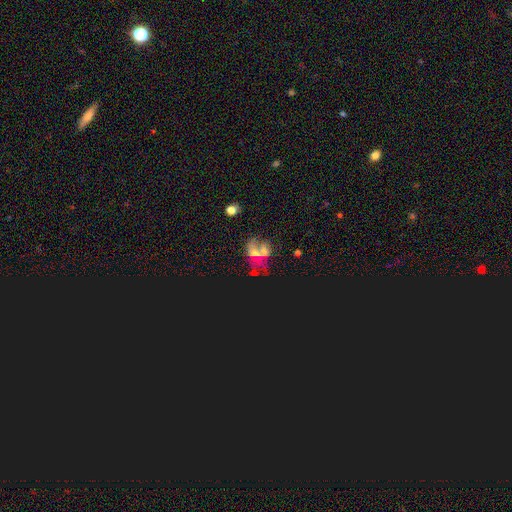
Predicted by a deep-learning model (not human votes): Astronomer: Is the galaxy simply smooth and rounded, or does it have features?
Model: star or artifact — 35% (runner-up: smooth, 33%).